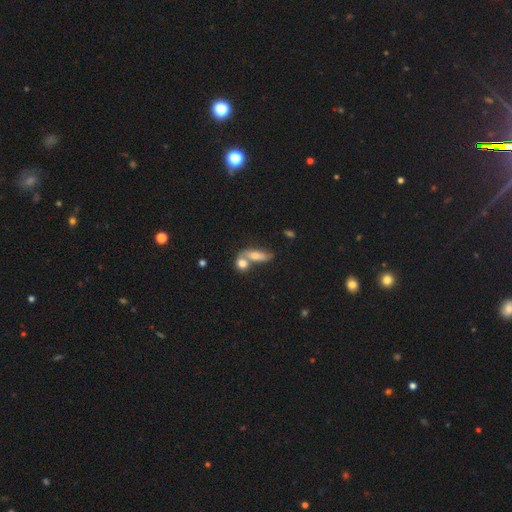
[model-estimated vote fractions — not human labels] The model was most divided on "merging": merger: 48%, none: 33%, minor disturbance: 12%, major disturbance: 7%. More confident: how rounded — in between (65%); smooth or featured — smooth (56%).